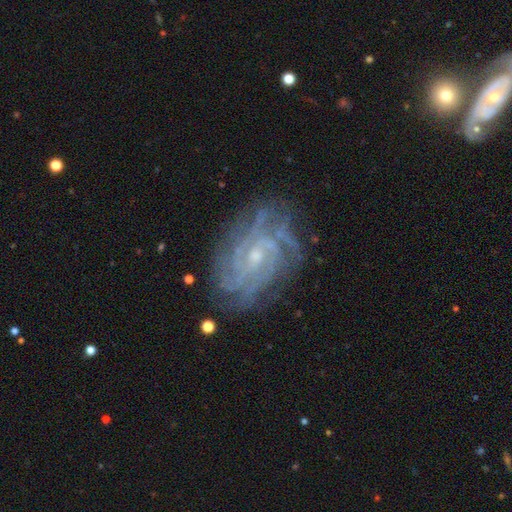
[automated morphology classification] Q: Smooth or featured?
A: featured or disk (86%); runner-up: star or artifact (8%)
Q: Edge-on disk?
A: no (97%); runner-up: yes (3%)
Q: Bar?
A: no (51%); runner-up: weak (39%)
Q: Spiral arms?
A: yes (97%); runner-up: no (3%)
Q: Spiral winding?
A: tight (71%); runner-up: medium (24%)
Q: Spiral arm count?
A: can't tell (26%); runner-up: 4 (23%)
Q: Bulge size?
A: small (71%); runner-up: moderate (24%)
Q: Merging?
A: none (79%); runner-up: minor disturbance (14%)